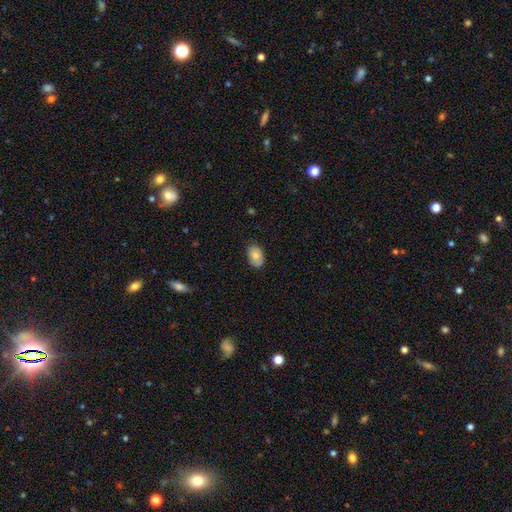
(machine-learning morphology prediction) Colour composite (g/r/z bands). It shows a smooth galaxy with no disk features (80%) that is in between round and cigar-shaped (89%). Merging: none (79%).